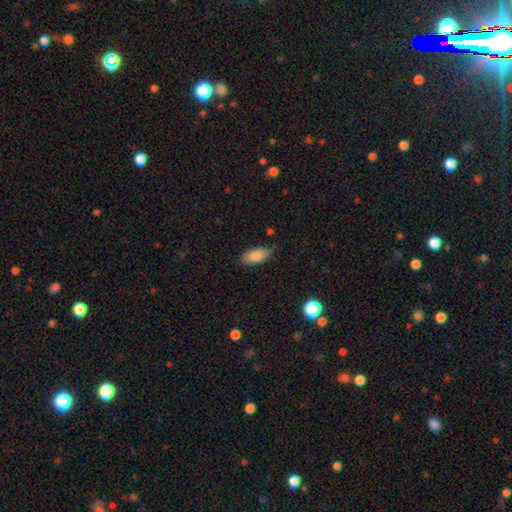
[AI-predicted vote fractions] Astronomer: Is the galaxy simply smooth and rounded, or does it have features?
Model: smooth — 86%.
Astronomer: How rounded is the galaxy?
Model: in between — 90%.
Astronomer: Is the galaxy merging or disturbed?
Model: none — 71%.